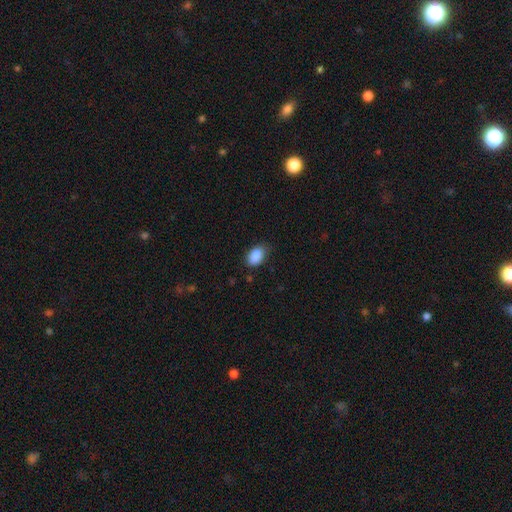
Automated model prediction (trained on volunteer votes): Smooth or featured? smooth (89%)
How rounded? in between (88%)
Merging? none (74%)